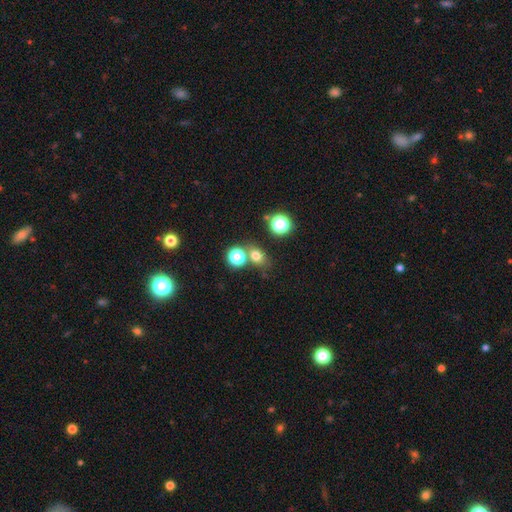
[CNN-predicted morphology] A smooth galaxy with no disk features (70%) that is round (62%).

Vote fractions:
- Smooth or featured? smooth: 70% / star or artifact: 22% / featured or disk: 8%
- How rounded? round: 62% / in between: 37% / cigar-shaped: 1%
- Merging? none: 65% / merger: 21% / minor disturbance: 10% / major disturbance: 4%